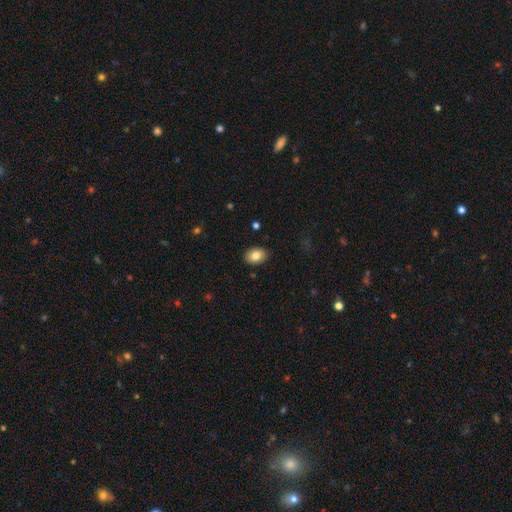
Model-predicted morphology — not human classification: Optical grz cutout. It shows a smooth galaxy with no disk features (81%) that is in between round and cigar-shaped (75%). Merging: none (89%).